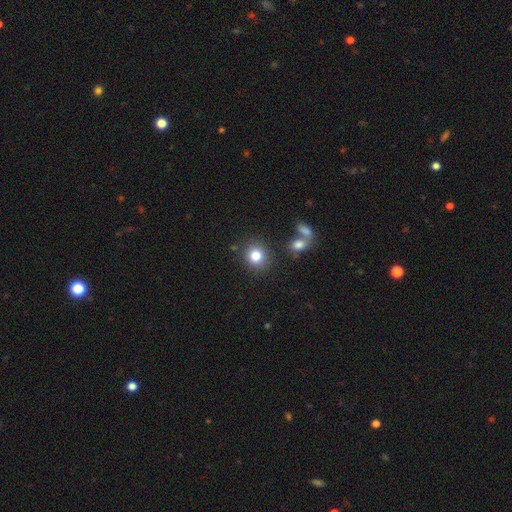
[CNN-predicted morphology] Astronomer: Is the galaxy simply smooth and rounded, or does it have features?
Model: smooth — 82%.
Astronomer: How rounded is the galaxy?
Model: round — 82%.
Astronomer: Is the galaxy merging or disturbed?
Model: none — 82%.